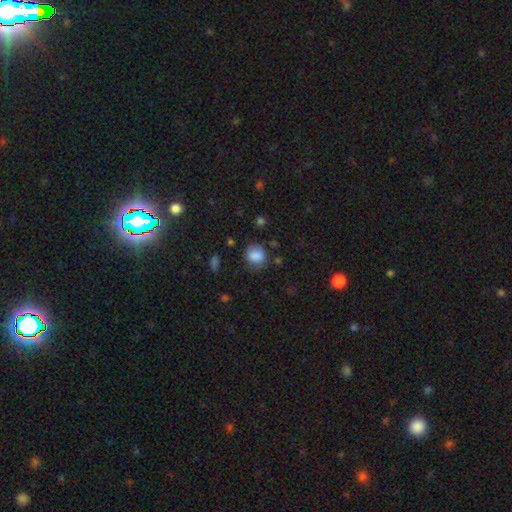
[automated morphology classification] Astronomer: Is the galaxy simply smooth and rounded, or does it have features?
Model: smooth — 84%.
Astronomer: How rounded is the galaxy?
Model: round — 68%.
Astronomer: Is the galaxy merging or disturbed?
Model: none — 71%.